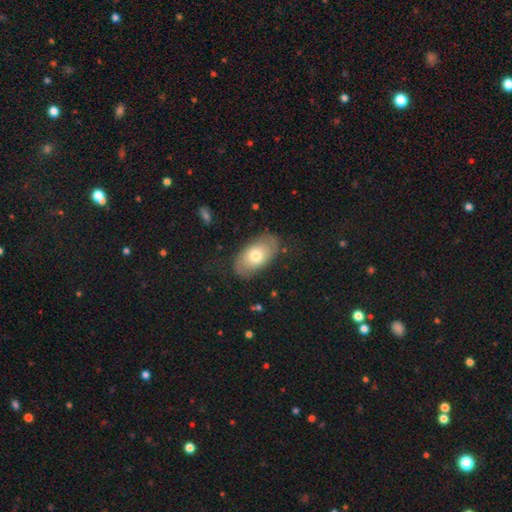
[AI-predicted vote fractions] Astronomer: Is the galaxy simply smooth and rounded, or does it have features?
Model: smooth — 61%.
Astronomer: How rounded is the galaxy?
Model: in between — 93%.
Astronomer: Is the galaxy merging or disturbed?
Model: none — 77%.